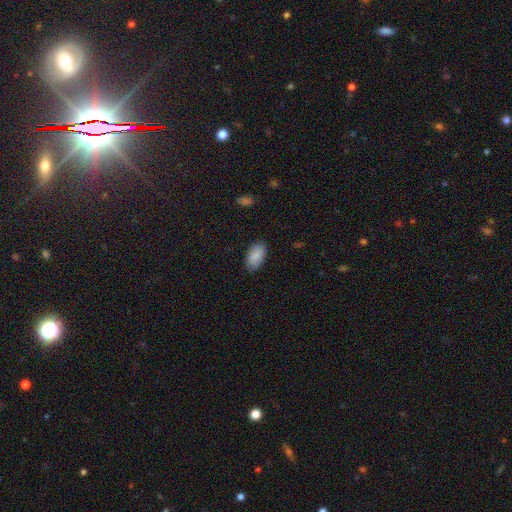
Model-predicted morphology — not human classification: A smooth galaxy with no disk features (88%) that is in between round and cigar-shaped (95%).

Vote fractions:
- Smooth or featured? smooth: 88% / star or artifact: 6% / featured or disk: 6%
- How rounded? in between: 95% / round: 3% / cigar-shaped: 2%
- Merging? none: 87% / minor disturbance: 10% / major disturbance: 2% / merger: 1%